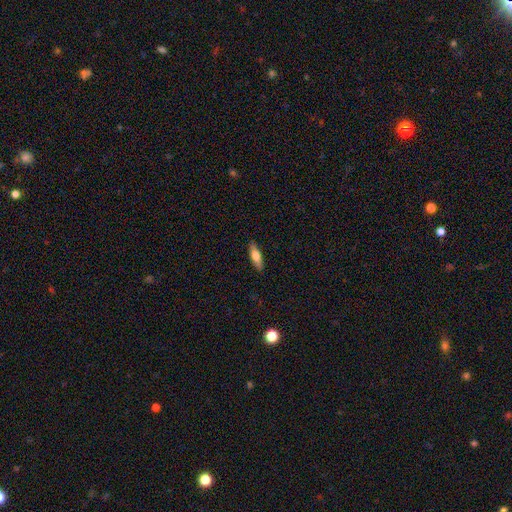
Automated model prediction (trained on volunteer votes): Overall: smooth (67%). How rounded: in between (57%; cigar-shaped 41%). Merging: none (87%).